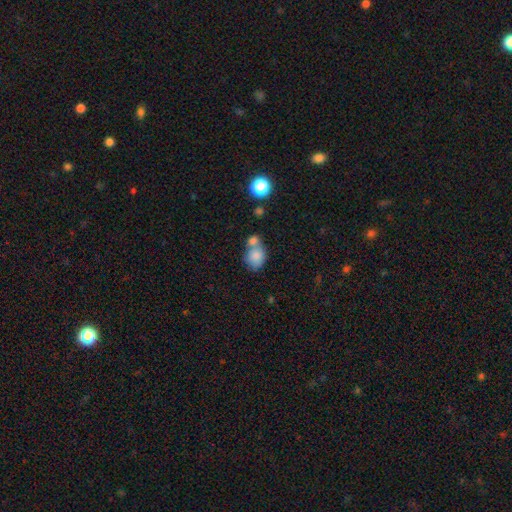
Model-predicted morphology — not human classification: Overall: smooth (81%). How rounded: in between (52%; round 47%). Merging: merger (50%; none 33%).